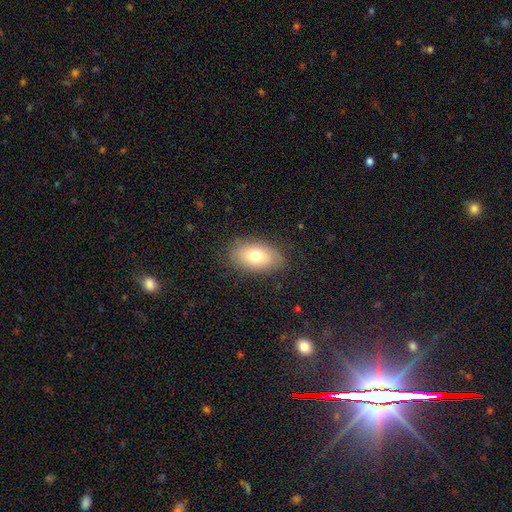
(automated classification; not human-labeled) The model was most divided on "smooth or featured": smooth: 75%, featured or disk: 17%, star or artifact: 8%. More confident: how rounded — in between (91%); merging — none (81%).